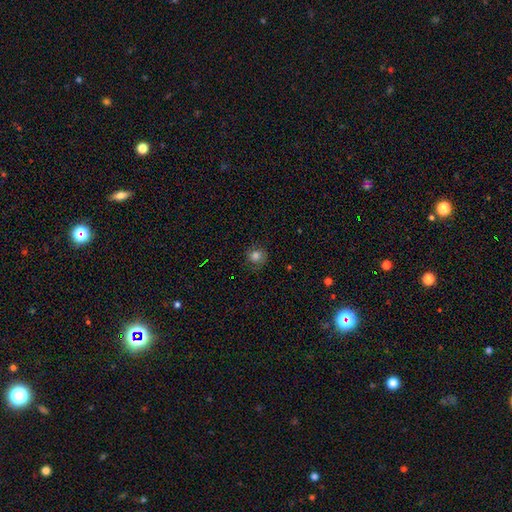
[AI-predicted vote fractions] A smooth galaxy with no disk features (77%) that is round (86%).

Vote fractions:
- Smooth or featured? smooth: 77% / star or artifact: 12% / featured or disk: 10%
- How rounded? round: 86% / in between: 13% / cigar-shaped: 1%
- Merging? none: 75% / minor disturbance: 17% / major disturbance: 6% / merger: 1%